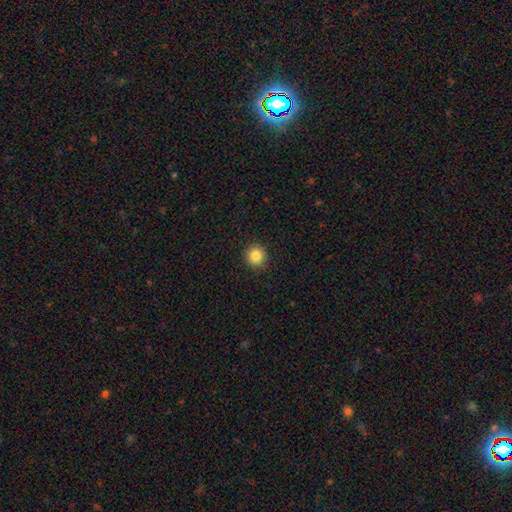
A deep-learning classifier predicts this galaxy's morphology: Overall: smooth (85%). How rounded: round (93%). Merging: none (92%).